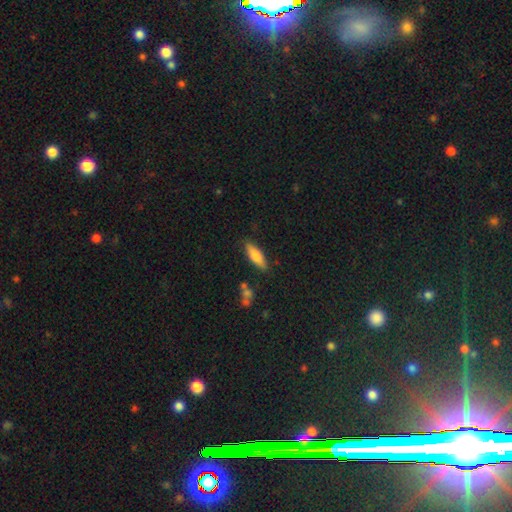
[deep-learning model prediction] Q: Smooth or featured?
A: smooth (71%); runner-up: featured or disk (23%)
Q: How rounded?
A: in between (50%); runner-up: cigar-shaped (48%)
Q: Merging?
A: none (83%); runner-up: minor disturbance (12%)